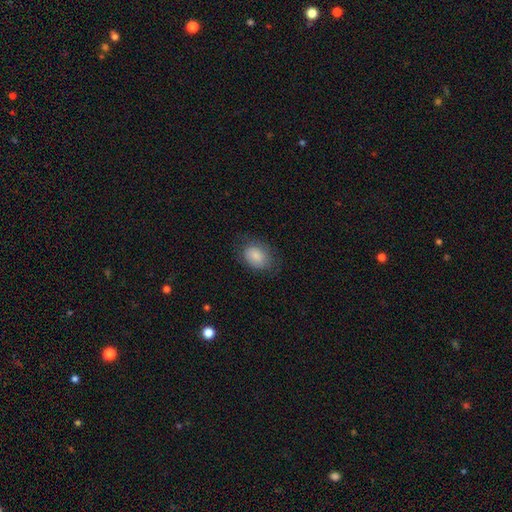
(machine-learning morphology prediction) This appears to be a smooth galaxy with no disk features (84%) that is in between round and cigar-shaped (73%). Merging: none (70%).